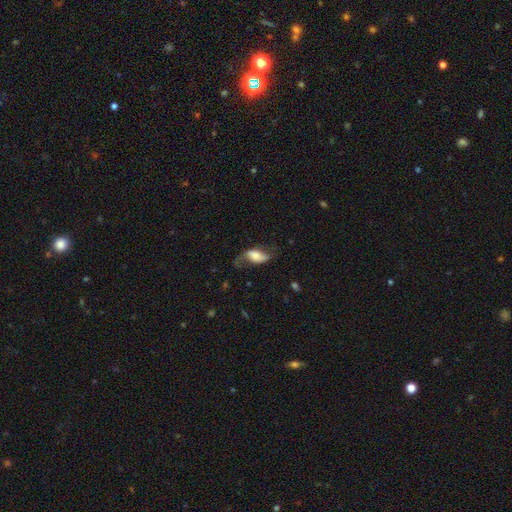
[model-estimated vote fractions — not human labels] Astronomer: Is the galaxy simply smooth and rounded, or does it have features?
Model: featured or disk — 55% (runner-up: smooth, 36%).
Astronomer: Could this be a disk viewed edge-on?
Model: no — 91%.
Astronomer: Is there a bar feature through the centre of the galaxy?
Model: no — 46% (runner-up: weak, 34%).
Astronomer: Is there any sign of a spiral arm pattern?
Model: yes — 87%.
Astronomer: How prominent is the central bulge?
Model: large — 29% (runner-up: moderate, 25%).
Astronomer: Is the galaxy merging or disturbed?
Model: none — 52%.